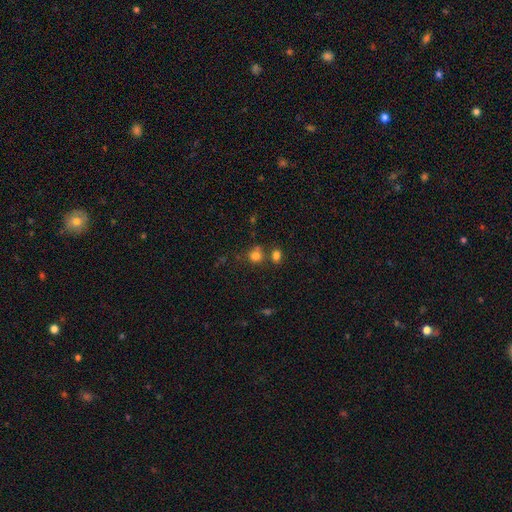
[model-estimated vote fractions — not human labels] smooth 78%, star or artifact 15%, featured or disk 7%. Down the decision tree: how rounded — round (81%); merging — none (62%).